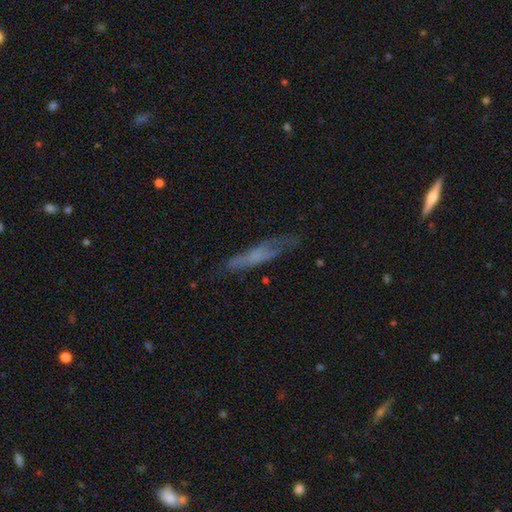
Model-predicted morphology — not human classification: Q: Smooth or featured?
A: smooth (47%); runner-up: featured or disk (43%)
Q: Merging?
A: none (65%); runner-up: minor disturbance (24%)